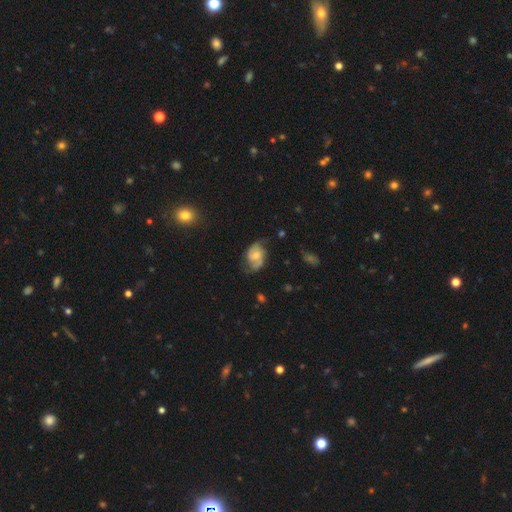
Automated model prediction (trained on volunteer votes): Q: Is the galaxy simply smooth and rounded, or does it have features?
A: featured or disk — 67%.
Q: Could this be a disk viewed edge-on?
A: no — 97%.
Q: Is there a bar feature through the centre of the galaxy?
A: no — 52%.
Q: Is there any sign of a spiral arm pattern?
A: yes — 91%.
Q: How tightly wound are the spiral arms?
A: medium — 46%.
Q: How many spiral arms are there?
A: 2 — 85%.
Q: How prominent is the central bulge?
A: moderate — 48%.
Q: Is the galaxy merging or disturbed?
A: none — 62%.